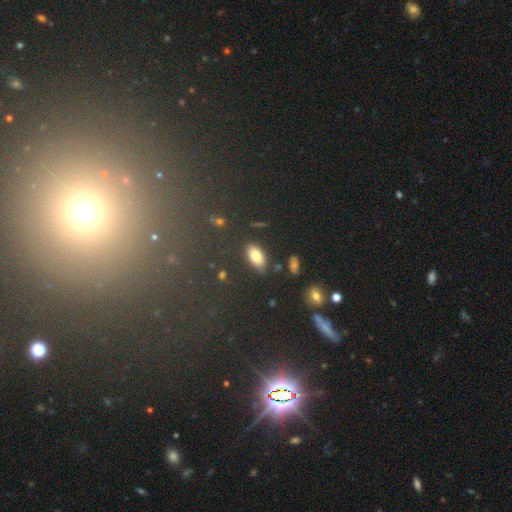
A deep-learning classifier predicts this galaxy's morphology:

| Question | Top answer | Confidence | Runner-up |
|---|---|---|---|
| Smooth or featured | smooth | 78% | featured or disk (12%) |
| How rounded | in between | 91% | cigar-shaped (5%) |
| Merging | none | 83% | minor disturbance (11%) |